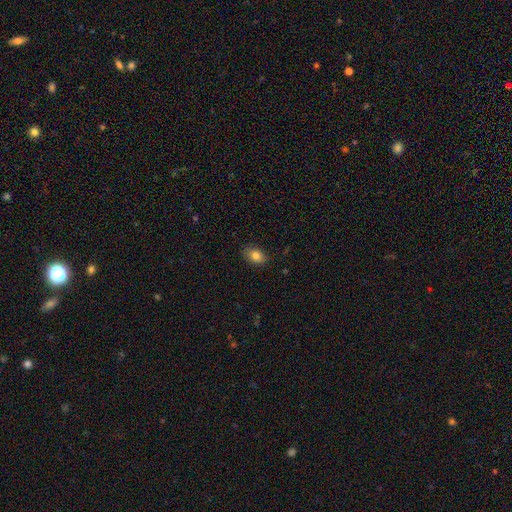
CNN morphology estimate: This appears to be a smooth galaxy with no disk features (83%) that is in between round and cigar-shaped (83%). Merging: none (83%).